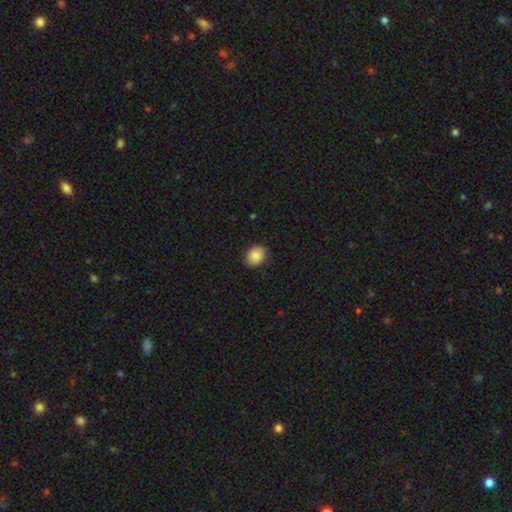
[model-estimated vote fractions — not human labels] Smooth or featured? smooth (88%)
How rounded? round (55%)
Merging? none (88%)